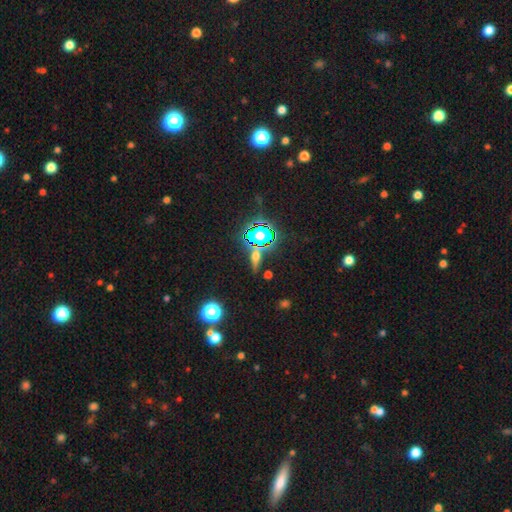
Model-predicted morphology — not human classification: This appears to be a star or artifact, not a galaxy (38%).